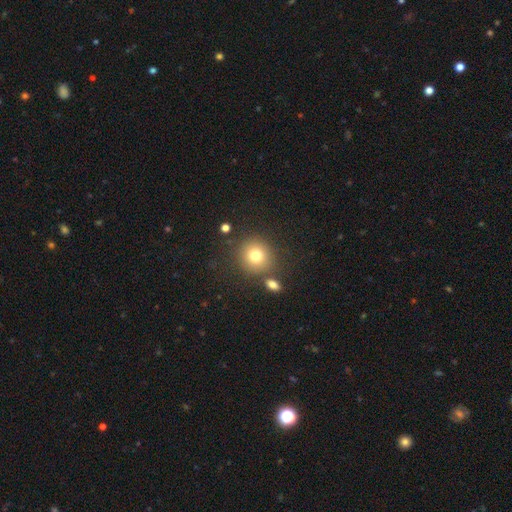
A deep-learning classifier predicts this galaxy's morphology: This is likely a smooth galaxy (77%). How rounded: clearly round (90%). Merging: likely none (79%).